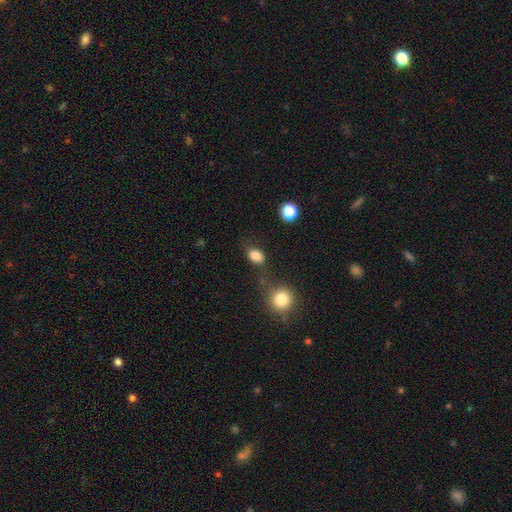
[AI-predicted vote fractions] A smooth galaxy with no disk features (85%) that is in between round and cigar-shaped (76%).

Vote fractions:
- Smooth or featured? smooth: 85% / star or artifact: 10% / featured or disk: 5%
- How rounded? in between: 76% / round: 22% / cigar-shaped: 2%
- Merging? none: 68% / minor disturbance: 17% / merger: 8% / major disturbance: 7%